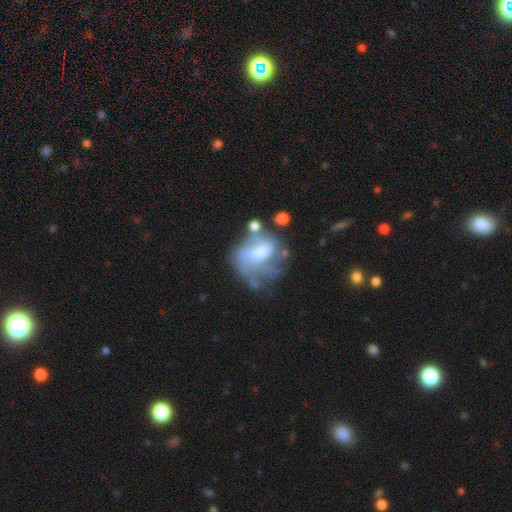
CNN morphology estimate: Q: Smooth or featured?
A: featured or disk (59%); runner-up: smooth (30%)
Q: Edge-on disk?
A: no (96%); runner-up: yes (4%)
Q: Bar?
A: no (43%); runner-up: weak (42%)
Q: Spiral arms?
A: no (53%); runner-up: yes (47%)
Q: Bulge size?
A: moderate (53%); runner-up: small (23%)
Q: Merging?
A: none (40%); runner-up: major disturbance (24%)